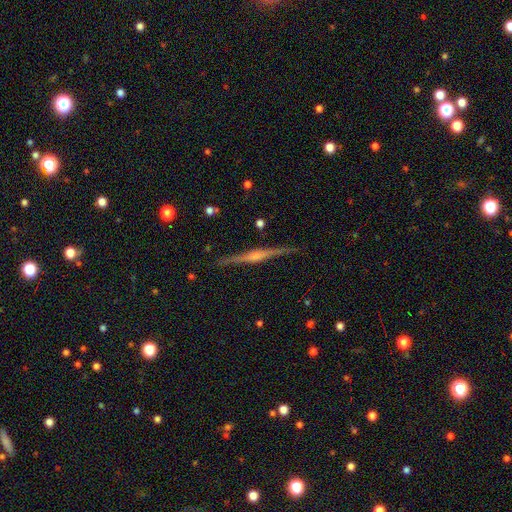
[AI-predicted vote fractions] Morphology: type=featured or disk (82%); edge-on=yes (98%); edge-on bulge=rounded (78%); merging=none (88%).